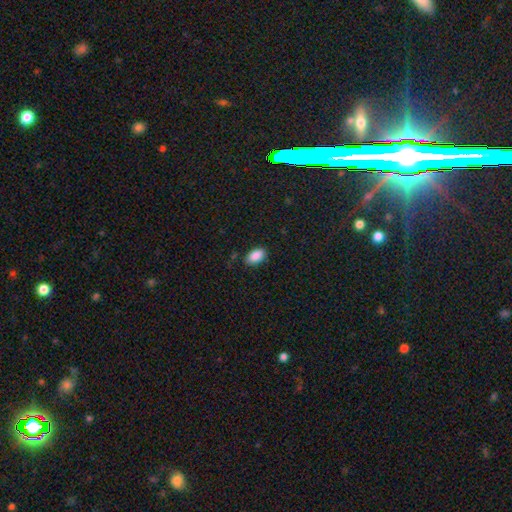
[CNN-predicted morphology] This is clearly a smooth galaxy (89%). How rounded: clearly in between (93%). Merging: clearly none (83%).